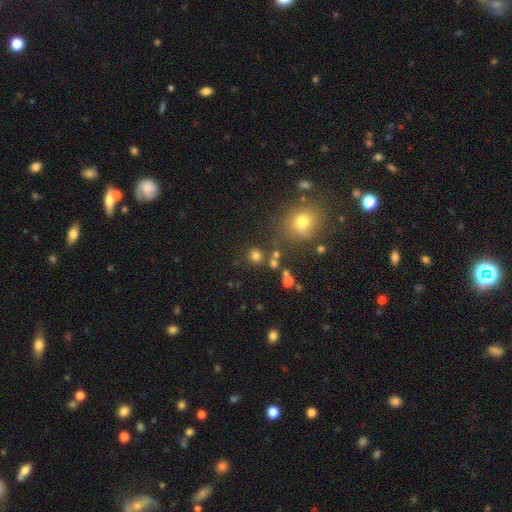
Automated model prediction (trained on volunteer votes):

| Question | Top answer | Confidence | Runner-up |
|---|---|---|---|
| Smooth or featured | smooth | 74% | star or artifact (19%) |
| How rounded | round | 87% | in between (12%) |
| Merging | none | 76% | merger (11%) |